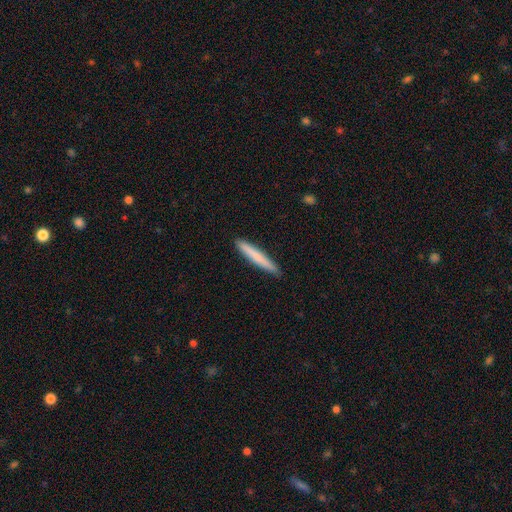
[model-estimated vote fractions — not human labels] Morphology: type=smooth (74%); roundness=cigar-shaped (96%); merging=none (90%).